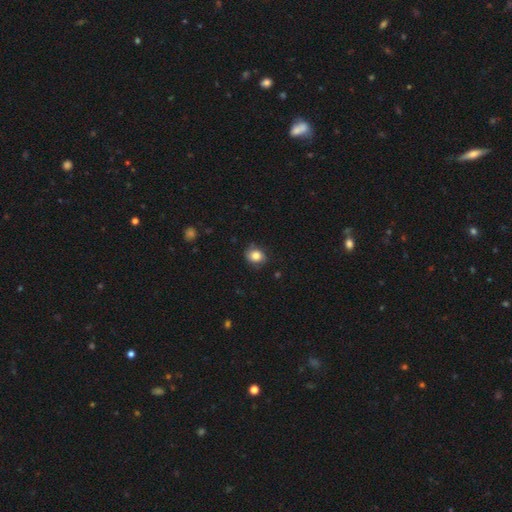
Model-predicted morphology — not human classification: Smooth or featured? Predicted: smooth (p=0.80). How rounded? Predicted: round (p=0.60). Merging? Predicted: none (p=0.76).